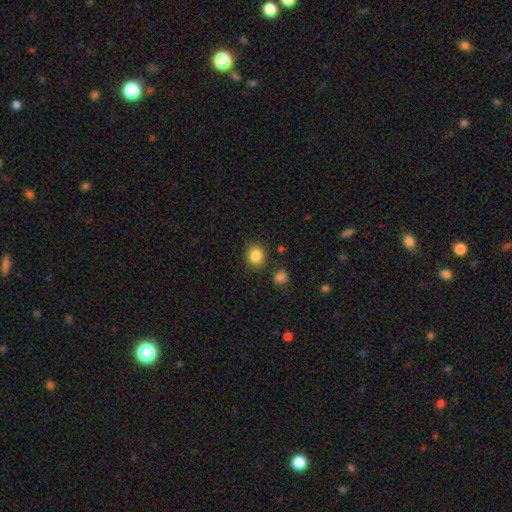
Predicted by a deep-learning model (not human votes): A smooth galaxy with no disk features (86%) that is round (80%).

Vote fractions:
- Smooth or featured? smooth: 86% / star or artifact: 10% / featured or disk: 4%
- How rounded? round: 80% / in between: 19% / cigar-shaped: 1%
- Merging? none: 84% / minor disturbance: 9% / merger: 4% / major disturbance: 3%